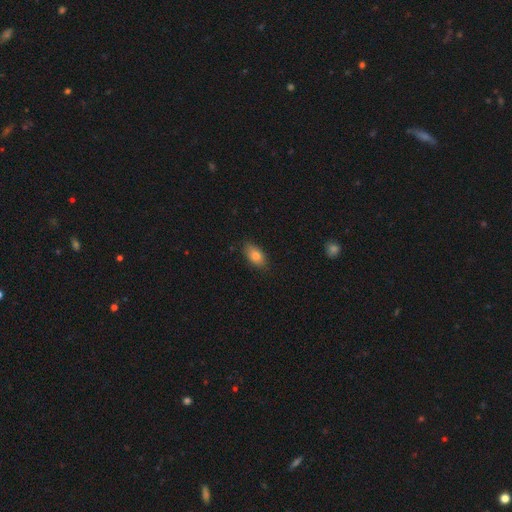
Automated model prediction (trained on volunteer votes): This is clearly a smooth galaxy (82%). How rounded: clearly in between (89%). Merging: clearly none (81%).